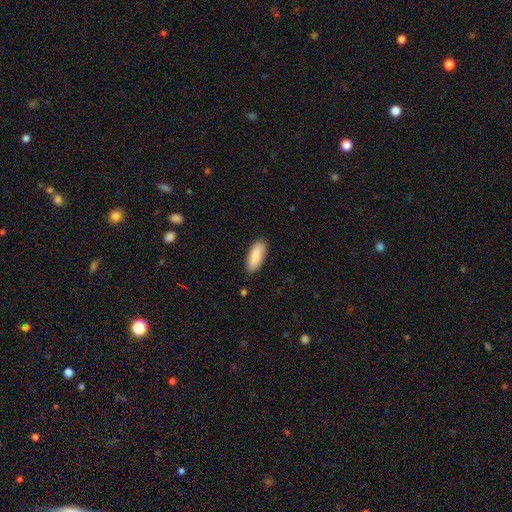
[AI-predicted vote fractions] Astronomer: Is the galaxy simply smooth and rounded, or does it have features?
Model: smooth — 86%.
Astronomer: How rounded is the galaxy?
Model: in between — 80%.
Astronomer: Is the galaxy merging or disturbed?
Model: none — 87%.